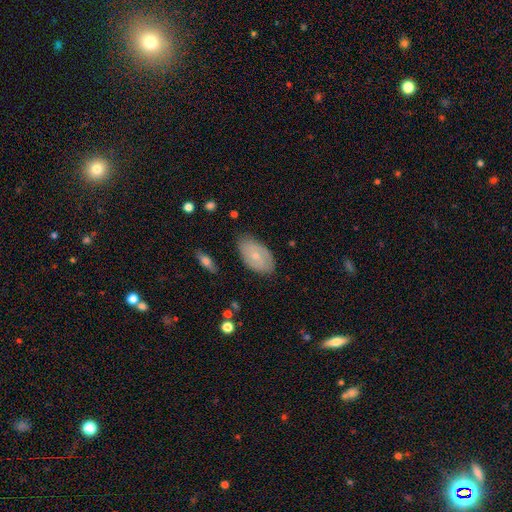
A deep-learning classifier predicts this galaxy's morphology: type=featured or disk (48%); merging=none (76%).